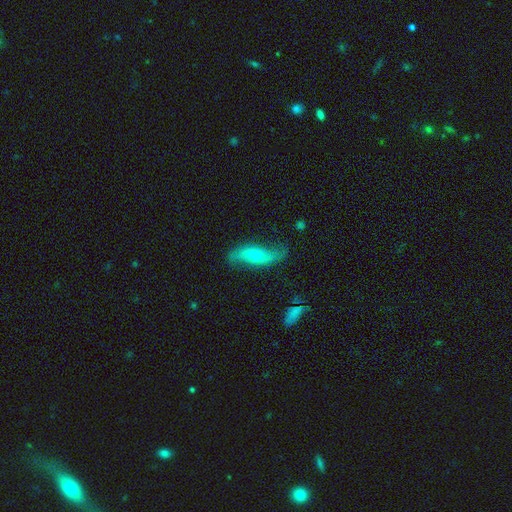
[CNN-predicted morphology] A featured or disk galaxy (70%) with no bar (54%), 2 (91%) loose (87%) spiral arms (89%) and a small central bulge (48%). Merging: none (70%).